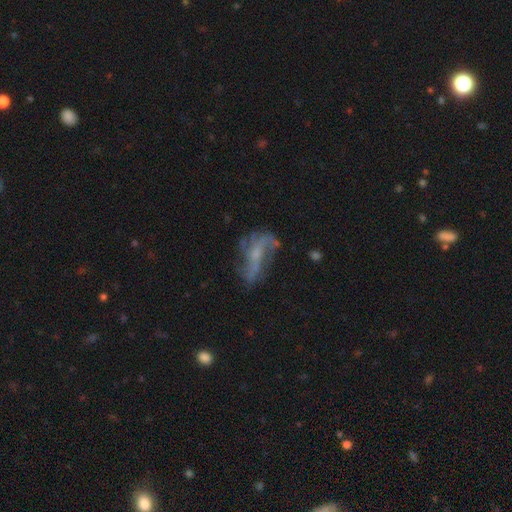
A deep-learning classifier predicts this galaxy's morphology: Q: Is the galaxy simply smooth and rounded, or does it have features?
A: featured or disk — 70%.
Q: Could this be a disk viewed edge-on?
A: no — 90%.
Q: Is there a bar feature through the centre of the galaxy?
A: no — 55%.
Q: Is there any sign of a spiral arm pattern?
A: yes — 70%.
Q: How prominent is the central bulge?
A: small — 53%.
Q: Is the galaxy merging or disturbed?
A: none — 48%.